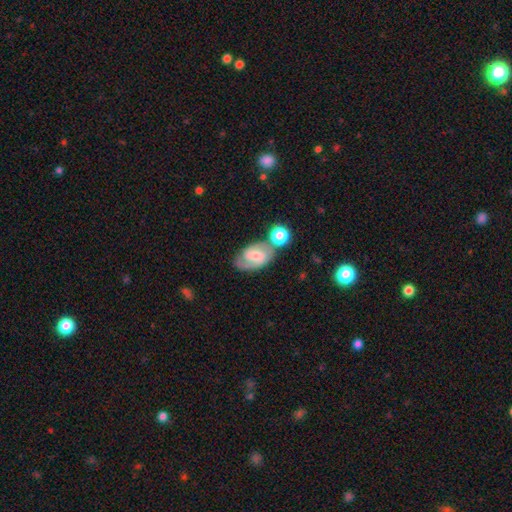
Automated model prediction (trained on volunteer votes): Q: Smooth or featured?
A: featured or disk (72%); runner-up: smooth (21%)
Q: Edge-on disk?
A: no (97%); runner-up: yes (3%)
Q: Bar?
A: weak (53%); runner-up: no (26%)
Q: Spiral arms?
A: yes (93%); runner-up: no (7%)
Q: Spiral winding?
A: medium (51%); runner-up: tight (33%)
Q: Spiral arm count?
A: 2 (83%); runner-up: can't tell (8%)
Q: Bulge size?
A: small (49%); runner-up: moderate (37%)
Q: Merging?
A: none (55%); runner-up: merger (23%)